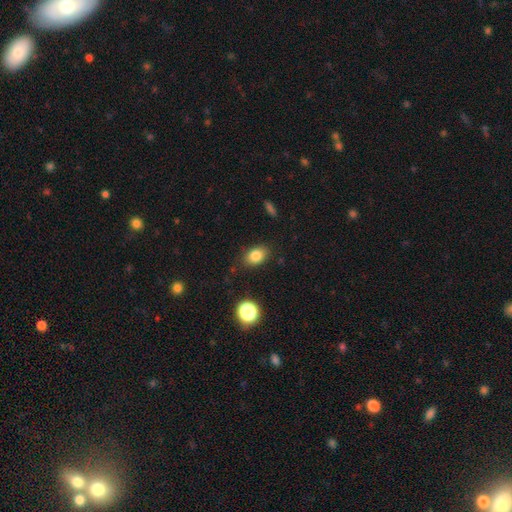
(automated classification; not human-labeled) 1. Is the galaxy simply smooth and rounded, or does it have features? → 83% smooth, 11% star or artifact, 7% featured or disk.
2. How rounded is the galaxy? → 76% in between, 23% round, 1% cigar-shaped.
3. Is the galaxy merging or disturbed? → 83% none, 12% minor disturbance, 3% major disturbance, 2% merger.